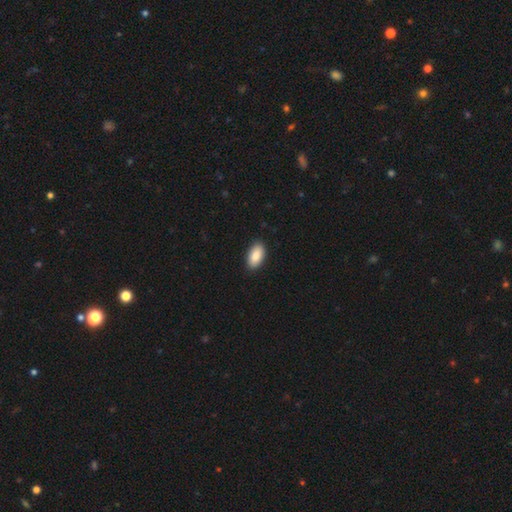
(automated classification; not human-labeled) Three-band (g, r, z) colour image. It shows a smooth galaxy with no disk features (89%) that is in between round and cigar-shaped (94%). Merging: none (89%).